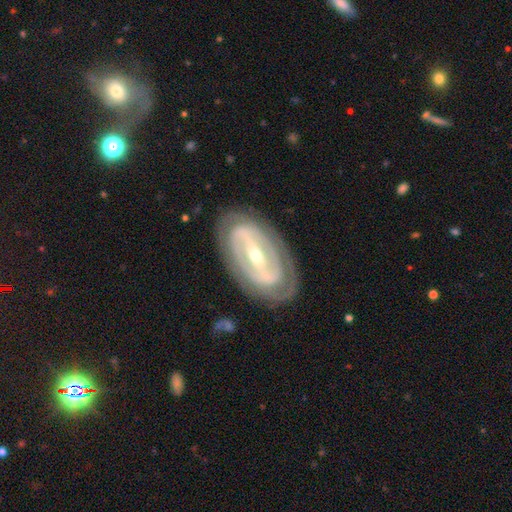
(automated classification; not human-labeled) featured or disk 85%, smooth 10%, star or artifact 5%. Down the decision tree: edge-on disk — no (92%); bar — strong (67%); spiral arms — yes (79%); spiral arm count — 2 (60%); spiral winding — tight (68%); bulge size — small (57%); merging — none (81%).